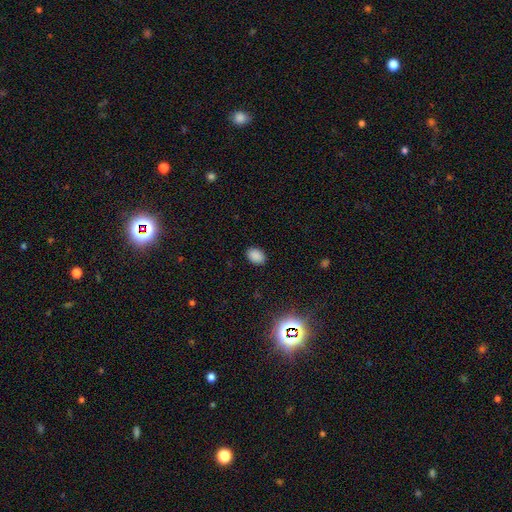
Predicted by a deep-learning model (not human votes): smooth 86%, star or artifact 11%, featured or disk 3%. Down the decision tree: how rounded — in between (80%); merging — none (88%).